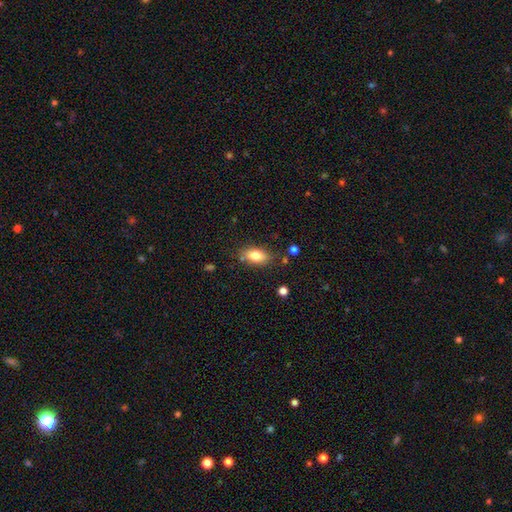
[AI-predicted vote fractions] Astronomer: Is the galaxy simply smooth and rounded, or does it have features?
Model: smooth — 79%.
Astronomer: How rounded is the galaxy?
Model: in between — 86%.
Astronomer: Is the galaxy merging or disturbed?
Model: none — 78%.